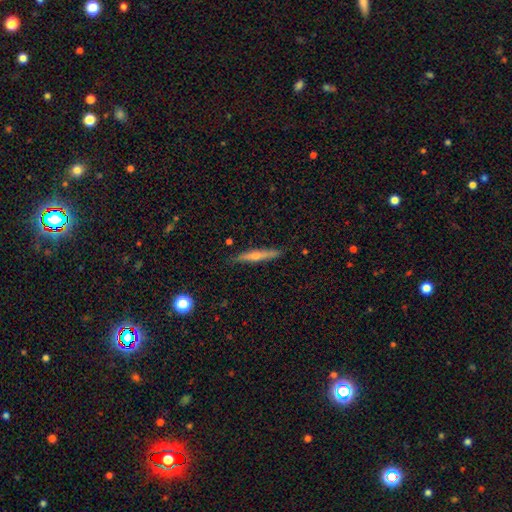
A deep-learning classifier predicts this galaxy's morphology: smooth_or_featured: featured or disk (p=0.60) [alt: smooth p=0.34]
disk_edge_on: yes (p=0.96) [alt: no p=0.04]
edge_on_bulge: rounded (p=0.82) [alt: none p=0.14]
merging: none (p=0.88) [alt: minor disturbance p=0.09]